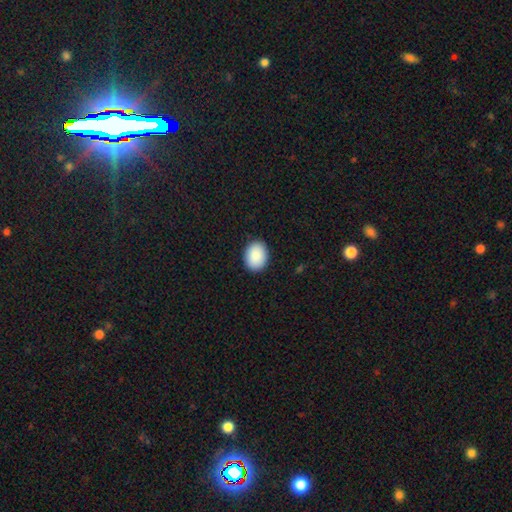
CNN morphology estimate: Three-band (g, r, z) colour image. It shows a smooth galaxy with no disk features (90%) that is in between round and cigar-shaped (63%). Merging: none (90%).